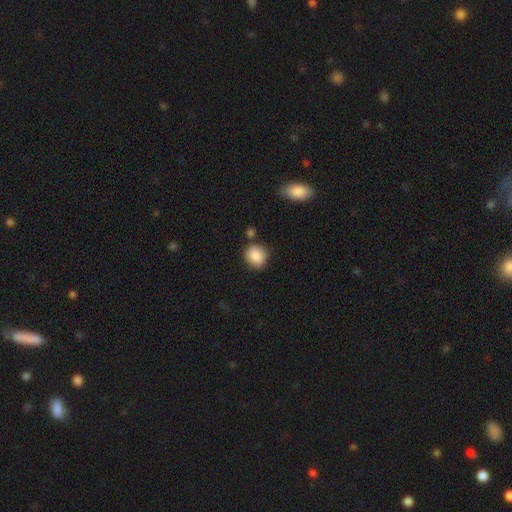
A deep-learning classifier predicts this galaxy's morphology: Q: Smooth or featured?
A: smooth (87%); runner-up: star or artifact (8%)
Q: How rounded?
A: round (83%); runner-up: in between (16%)
Q: Merging?
A: none (78%); runner-up: minor disturbance (13%)